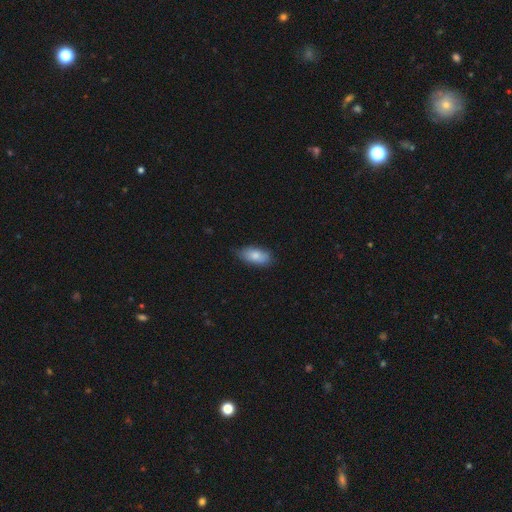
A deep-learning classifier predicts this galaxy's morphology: Smooth or featured?
  - smooth: 80% *
  - featured or disk: 13%
  - star or artifact: 6%
How rounded?
  - in between: 89% *
  - cigar-shaped: 8%
  - round: 3%
Merging?
  - none: 74% *
  - minor disturbance: 22%
  - major disturbance: 3%
  - merger: 1%